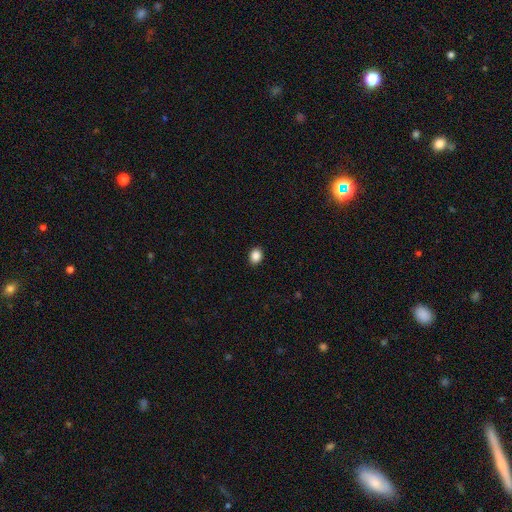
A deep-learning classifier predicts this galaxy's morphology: smooth_or_featured: smooth (p=0.88) [alt: star or artifact p=0.09]
how_rounded: in between (p=0.57) [alt: round p=0.42]
merging: none (p=0.91) [alt: minor disturbance p=0.06]